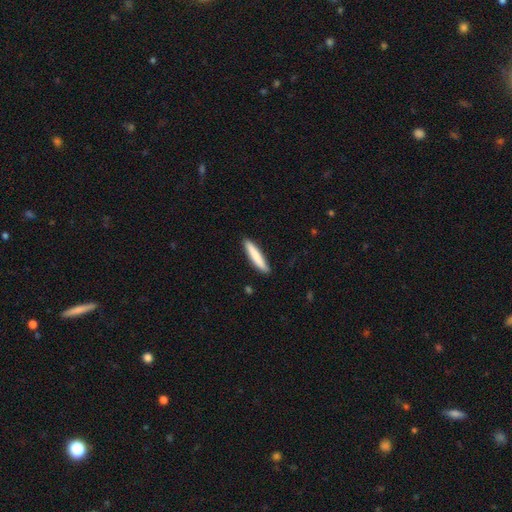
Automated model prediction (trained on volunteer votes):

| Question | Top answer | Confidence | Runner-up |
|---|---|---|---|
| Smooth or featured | smooth | 82% | featured or disk (13%) |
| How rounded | cigar-shaped | 91% | in between (8%) |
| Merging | none | 88% | minor disturbance (9%) |